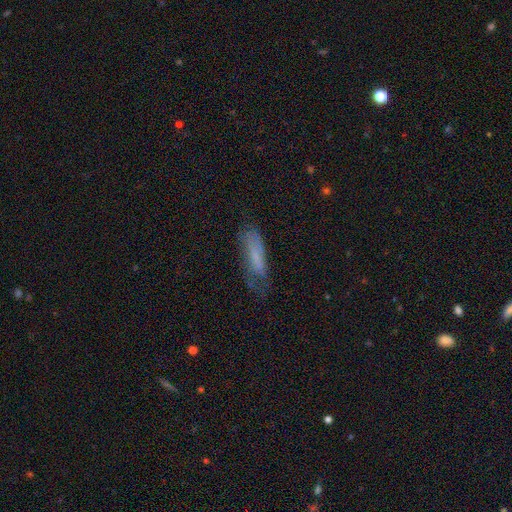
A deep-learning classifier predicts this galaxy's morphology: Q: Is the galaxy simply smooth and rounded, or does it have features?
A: smooth — 60%.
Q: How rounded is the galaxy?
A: cigar-shaped — 58%.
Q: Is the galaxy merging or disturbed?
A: none — 49%.